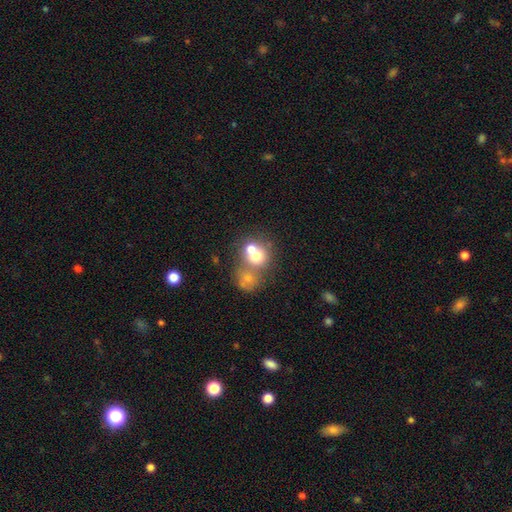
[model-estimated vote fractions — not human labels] smooth 63%, featured or disk 24%, star or artifact 13%. Down the decision tree: how rounded — round (74%); merging — merger (60%).